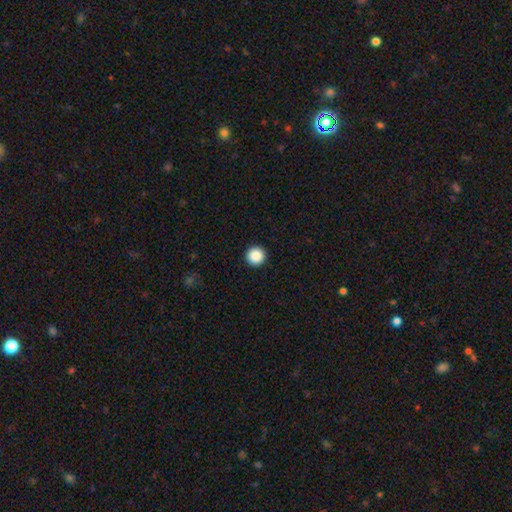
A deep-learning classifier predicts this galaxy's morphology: Smooth or featured? smooth (88%)
How rounded? round (96%)
Merging? none (94%)